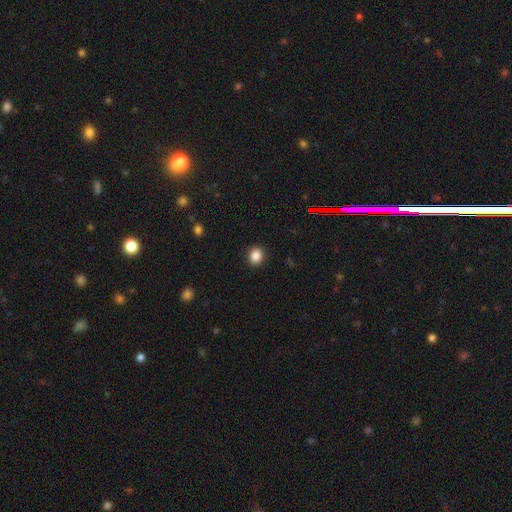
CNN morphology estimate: Overall: smooth (87%). How rounded: round (71%). Merging: none (91%).